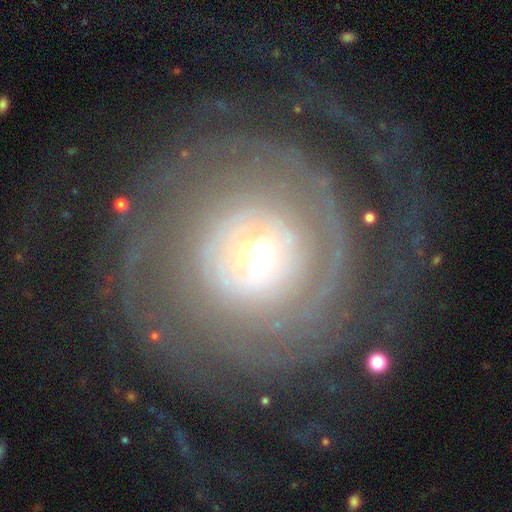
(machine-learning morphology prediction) smooth-or-featured: featured or disk: 79% | smooth: 13% | star or artifact: 7%
  disk-edge-on: no: 97% | yes: 3%
    bar: no: 76% | weak: 17% | strong: 7%
    has-spiral-arms: yes: 82% | no: 18%
      spiral-winding: tight: 68% | medium: 20% | loose: 13%
      spiral-arm-count: can't tell: 39% | 2: 21% | 3: 11% | 1: 10% | more than 4: 9% | 4: 9%
    bulge-size: moderate: 60% | small: 21% | large: 15% | dominant: 3% | none: 1%
  merging: none: 65% | major disturbance: 20% | minor disturbance: 13% | merger: 2%